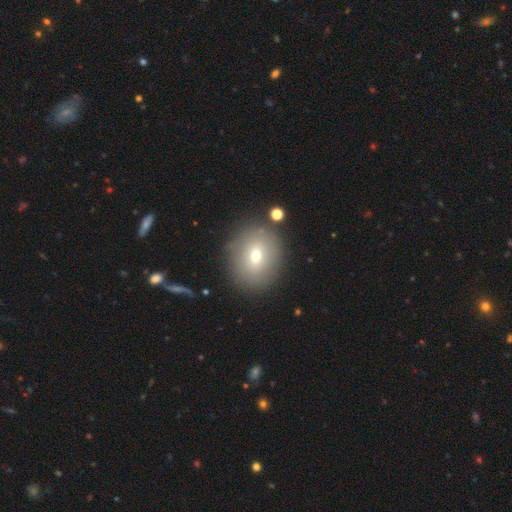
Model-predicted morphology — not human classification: type=smooth (65%); roundness=round (66%); merging=none (84%).